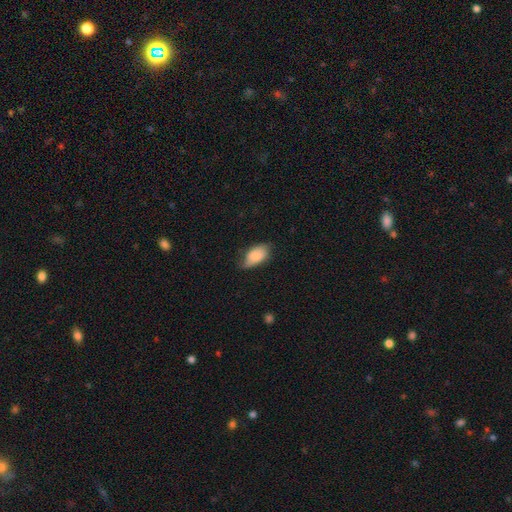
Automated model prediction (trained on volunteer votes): The model was most divided on "merging": none: 54%, minor disturbance: 36%, major disturbance: 9%, merger: 2%. More confident: how rounded — in between (93%); smooth or featured — smooth (80%).